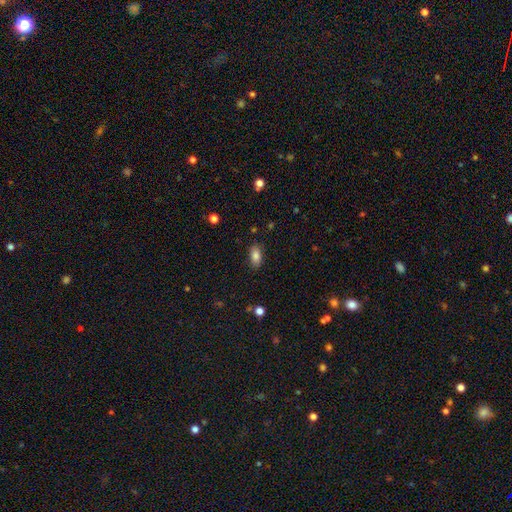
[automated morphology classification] type=smooth (84%); roundness=in between (90%); merging=none (85%).